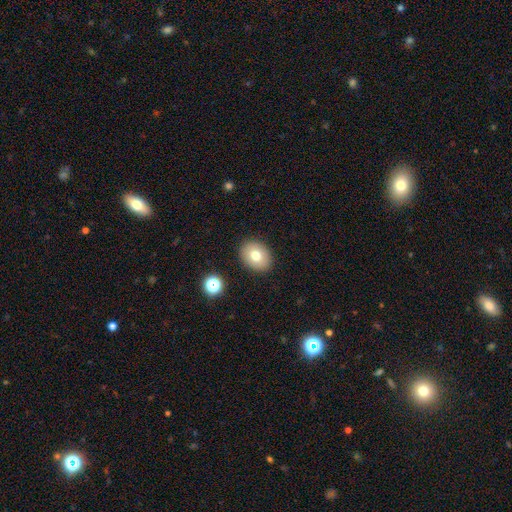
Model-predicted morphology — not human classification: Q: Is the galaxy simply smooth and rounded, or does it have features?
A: smooth — 74%.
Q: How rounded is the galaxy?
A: in between — 58%.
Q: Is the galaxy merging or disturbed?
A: none — 89%.